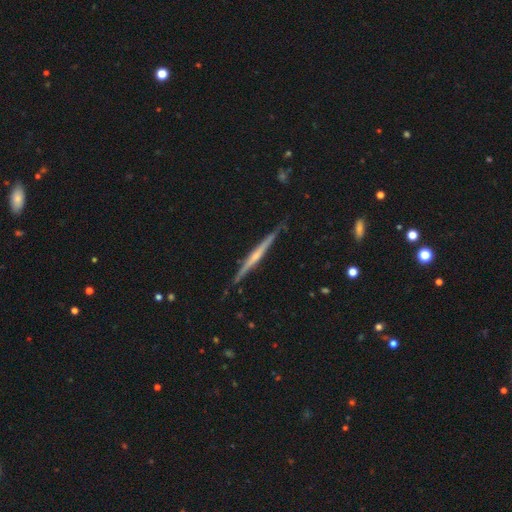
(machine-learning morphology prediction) A featured or disk galaxy (73%) viewed edge-on (98%) with a rounded central bulge (52%).

Vote fractions:
- Smooth or featured? featured or disk: 73% / smooth: 22% / star or artifact: 5%
- Edge-on disk? yes: 98% / no: 2%
- Edge-on bulge? rounded: 52% / none: 40% / boxy: 8%
- Merging? none: 85% / minor disturbance: 12% / major disturbance: 2% / merger: 1%